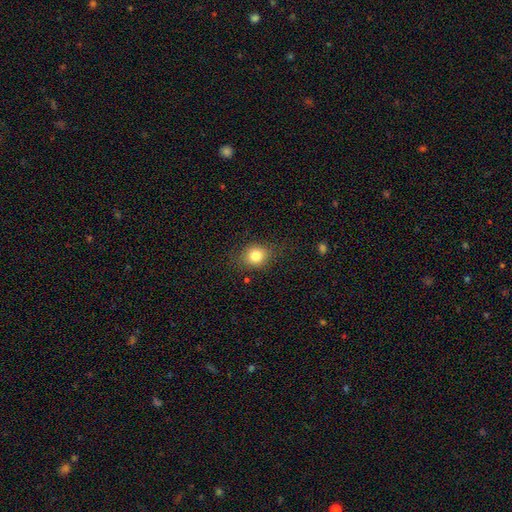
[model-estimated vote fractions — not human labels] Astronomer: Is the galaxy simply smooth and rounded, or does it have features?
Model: smooth — 81%.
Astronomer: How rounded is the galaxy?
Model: round — 66%.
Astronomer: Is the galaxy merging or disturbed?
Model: none — 78%.